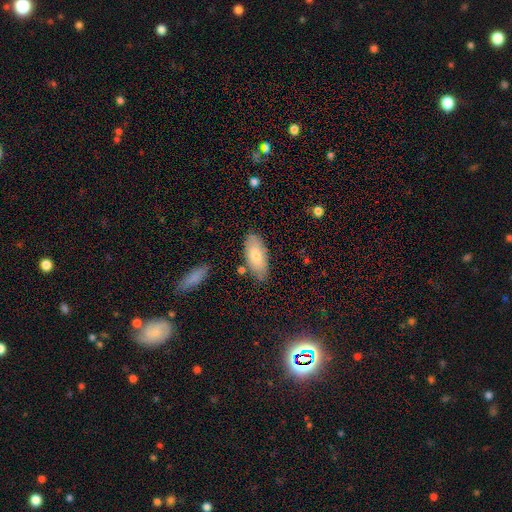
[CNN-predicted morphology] smooth-or-featured: smooth: 74% | featured or disk: 20% | star or artifact: 6%
  how-rounded: in between: 88% | cigar-shaped: 10% | round: 2%
  merging: none: 78% | minor disturbance: 15% | merger: 4% | major disturbance: 3%